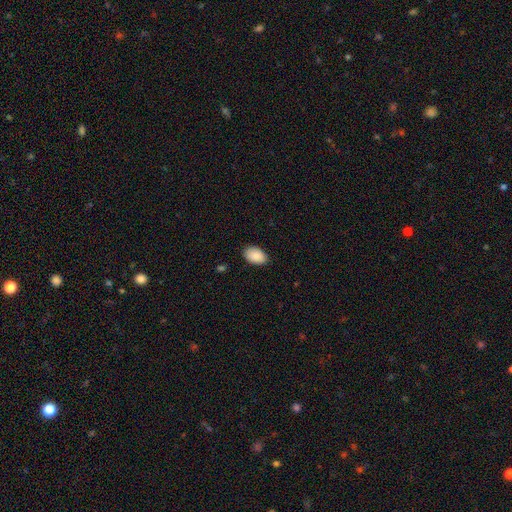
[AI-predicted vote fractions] smooth 89%, star or artifact 7%, featured or disk 4%. Down the decision tree: how rounded — in between (91%); merging — none (84%).